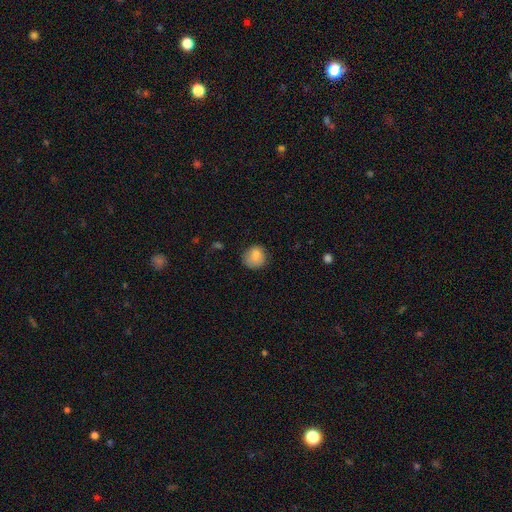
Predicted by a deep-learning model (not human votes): Morphology: type=smooth (83%); roundness=round (78%); merging=none (68%).